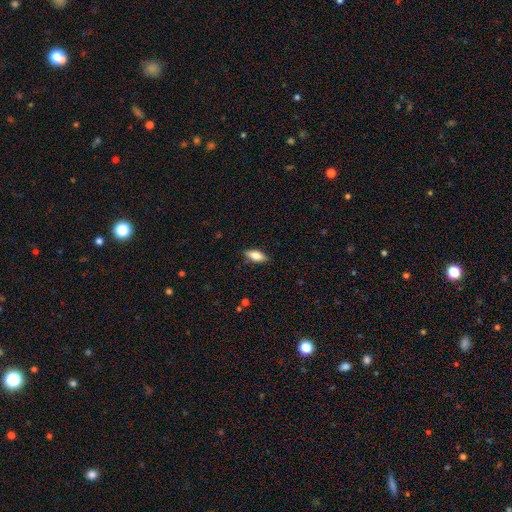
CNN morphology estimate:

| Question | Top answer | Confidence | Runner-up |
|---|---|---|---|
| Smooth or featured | smooth | 74% | featured or disk (19%) |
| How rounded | in between | 81% | cigar-shaped (17%) |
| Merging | none | 85% | minor disturbance (11%) |